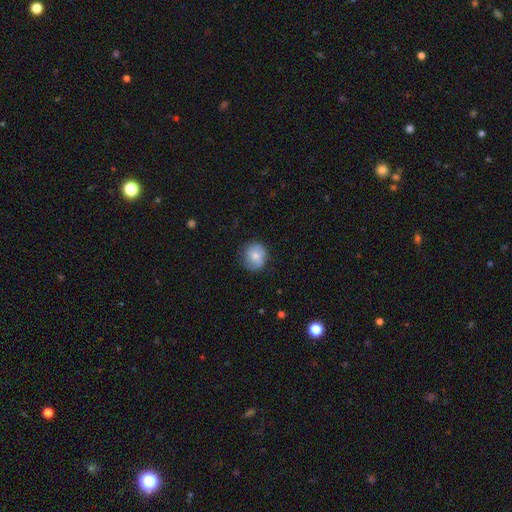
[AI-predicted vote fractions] This appears to be a smooth galaxy with no disk features (70%) that is round (81%). Merging: none (73%).